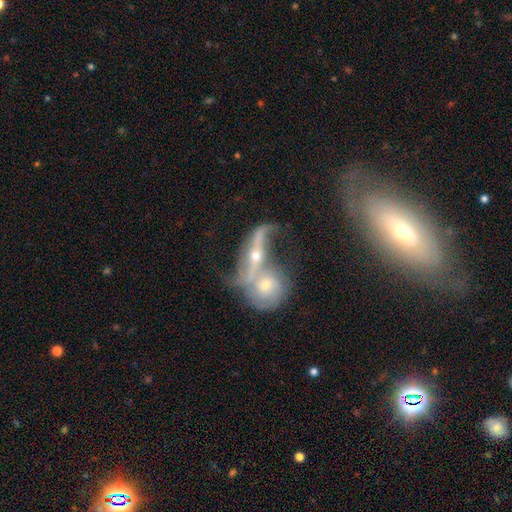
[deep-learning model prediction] Smooth or featured? Predicted: featured or disk (p=0.74). Edge-on disk? Predicted: no (p=0.77). Bar? Predicted: no (p=0.61). Spiral arms? Predicted: yes (p=0.75). Bulge size? Predicted: small (p=0.47, tied with moderate). Merging? Predicted: merger (p=0.69).